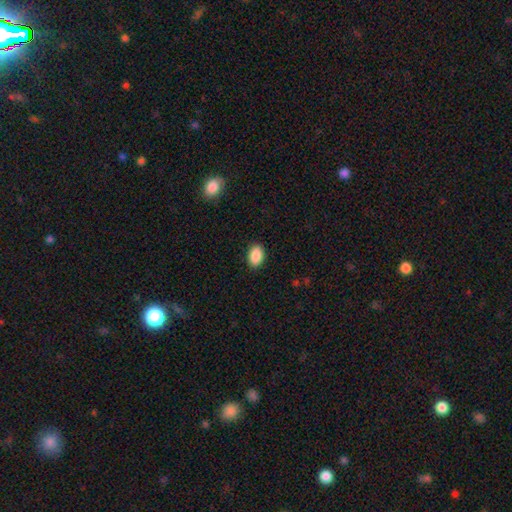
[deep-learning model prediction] smooth 89%, star or artifact 7%, featured or disk 3%. Down the decision tree: how rounded — in between (88%); merging — none (89%).